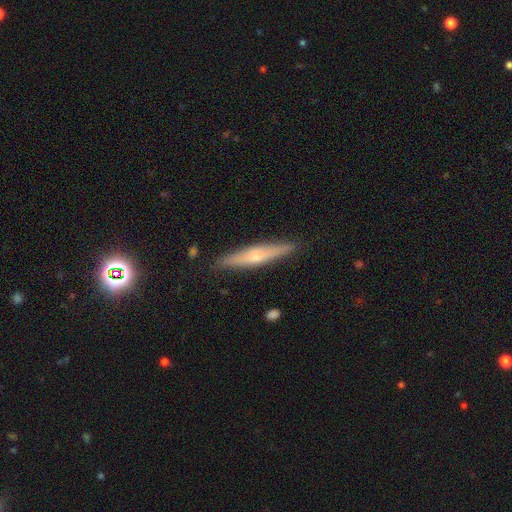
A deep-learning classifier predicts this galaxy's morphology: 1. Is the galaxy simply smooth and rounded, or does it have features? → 56% featured or disk, 38% smooth, 7% star or artifact.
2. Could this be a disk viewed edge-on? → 93% yes, 7% no.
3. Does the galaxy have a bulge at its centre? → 76% rounded, 18% none, 6% boxy.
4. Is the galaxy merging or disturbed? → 88% none, 9% minor disturbance, 2% major disturbance, 1% merger.